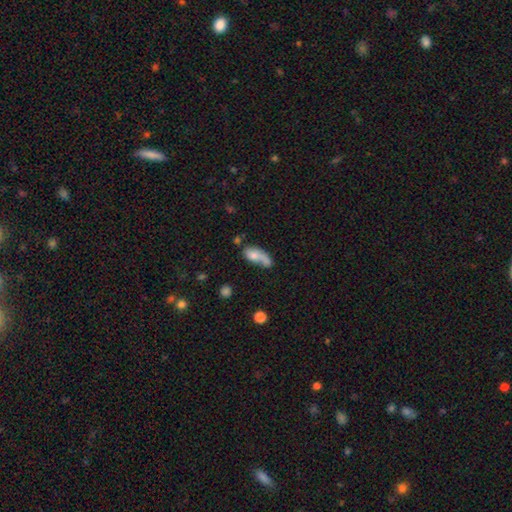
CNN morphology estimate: Overall: smooth (67%). How rounded: in between (77%). Merging: merger (36%; none 25%).